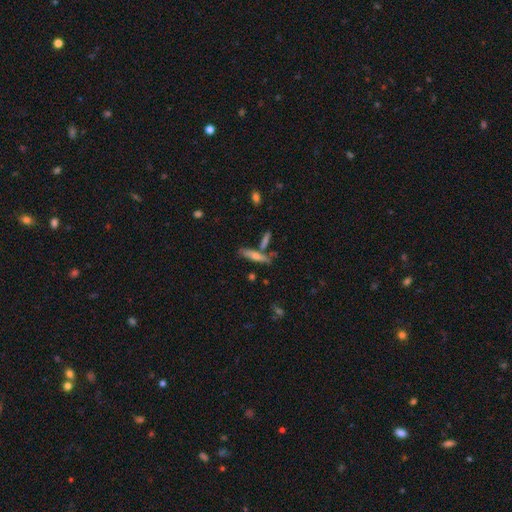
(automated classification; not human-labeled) A smooth galaxy with no disk features (53%) that is cigar-shaped (79%). Merging: none (64%).